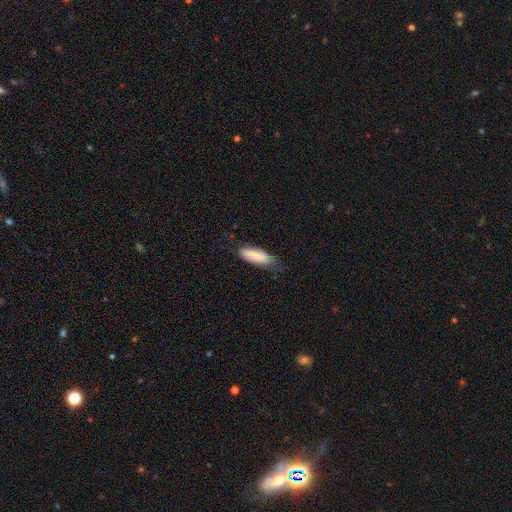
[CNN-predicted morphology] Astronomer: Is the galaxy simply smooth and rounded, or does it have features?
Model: smooth — 78%.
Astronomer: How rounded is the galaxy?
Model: in between — 64%.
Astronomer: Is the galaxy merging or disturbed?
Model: none — 57% (runner-up: minor disturbance, 33%).